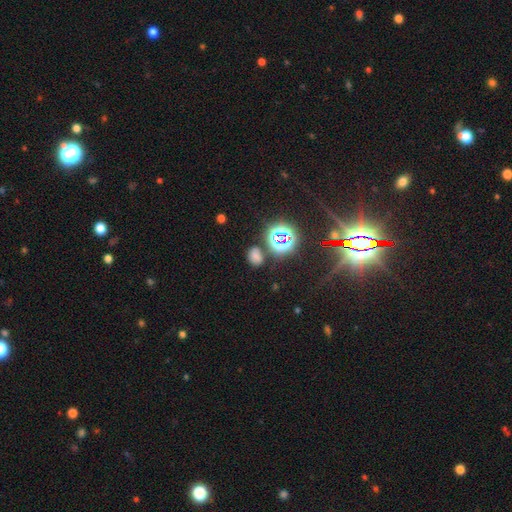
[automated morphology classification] A smooth galaxy with no disk features (58%) that is in between round and cigar-shaped (63%).

Vote fractions:
- Smooth or featured? smooth: 58% / star or artifact: 34% / featured or disk: 7%
- How rounded? in between: 63% / round: 35% / cigar-shaped: 1%
- Merging? none: 75% / minor disturbance: 14% / merger: 6% / major disturbance: 5%